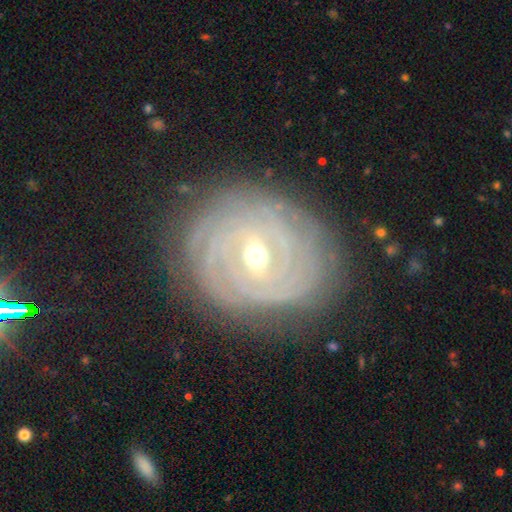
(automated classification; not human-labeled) Smooth or featured: featured or disk — 87% (star or artifact — 6%)
Edge-on disk: no — 96% (yes — 4%)
Bar: weak — 47% (strong — 30%)
Spiral arms: yes — 96% (no — 4%)
Spiral winding: tight — 87% (medium — 10%)
Spiral arm count: can't tell — 29% (4 — 19%)
Bulge size: moderate — 60% (small — 37%)
Merging: none — 83% (minor disturbance — 12%)